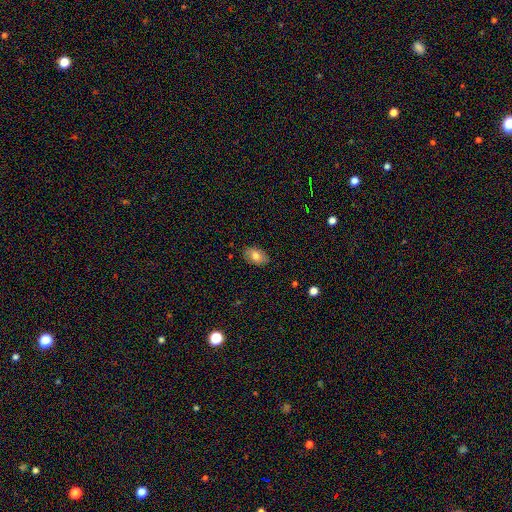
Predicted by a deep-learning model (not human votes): A smooth galaxy with no disk features (76%) that is in between round and cigar-shaped (87%). Merging: none (85%).